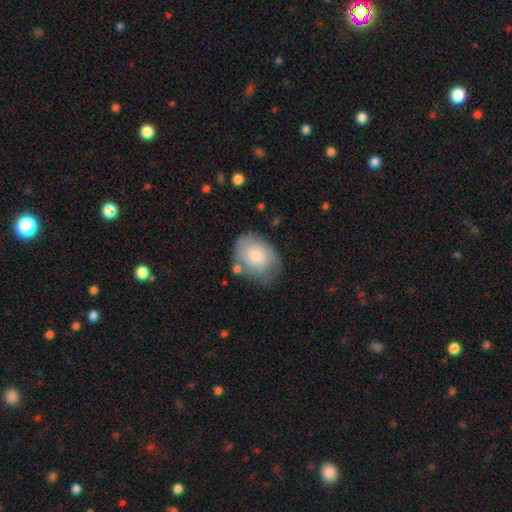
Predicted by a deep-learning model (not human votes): smooth 50%, featured or disk 43%, star or artifact 7%. Down the decision tree: merging — none (60%).